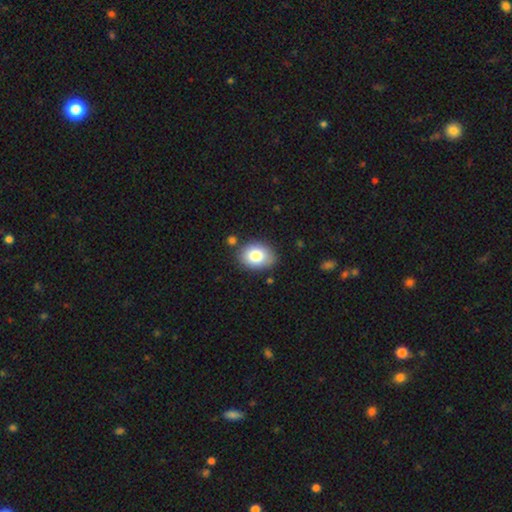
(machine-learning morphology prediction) smooth-or-featured: smooth: 80% | featured or disk: 11% | star or artifact: 8%
  how-rounded: in between: 68% | round: 31% | cigar-shaped: 1%
  merging: none: 79% | minor disturbance: 13% | merger: 4% | major disturbance: 3%